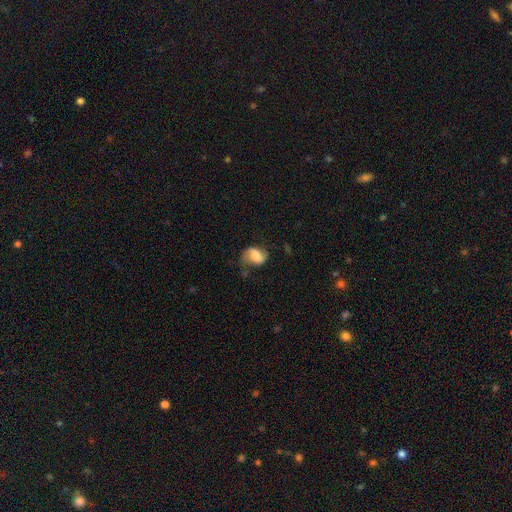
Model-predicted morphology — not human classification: Q: Smooth or featured?
A: smooth (55%); runner-up: featured or disk (36%)
Q: How rounded?
A: in between (67%); runner-up: round (32%)
Q: Merging?
A: none (44%); runner-up: minor disturbance (32%)